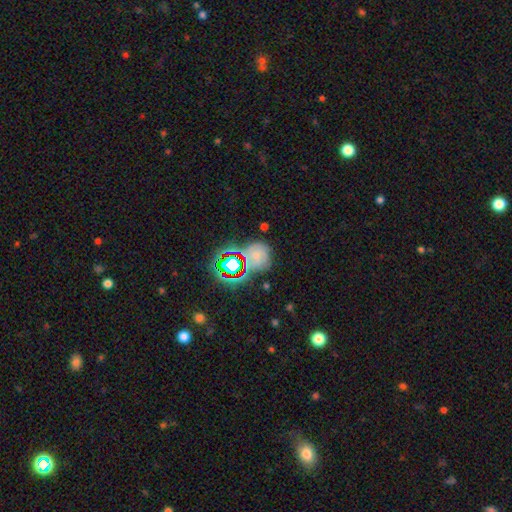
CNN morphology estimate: Smooth or featured? Predicted: smooth (p=0.43). Merging? Predicted: none (p=0.57).